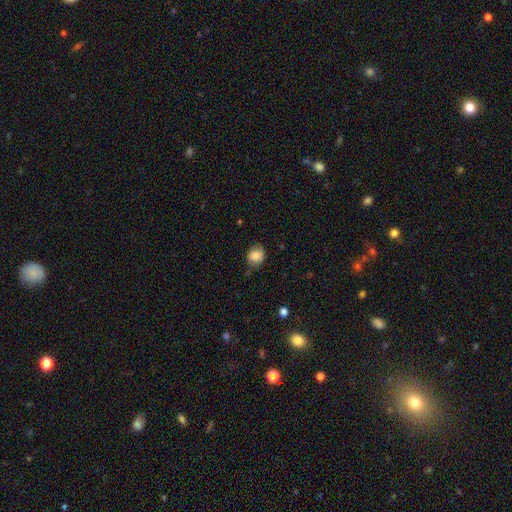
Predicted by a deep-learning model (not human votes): smooth-or-featured: smooth: 80% | featured or disk: 12% | star or artifact: 9%
  how-rounded: round: 63% | in between: 36% | cigar-shaped: 1%
  merging: none: 70% | minor disturbance: 23% | major disturbance: 5% | merger: 2%